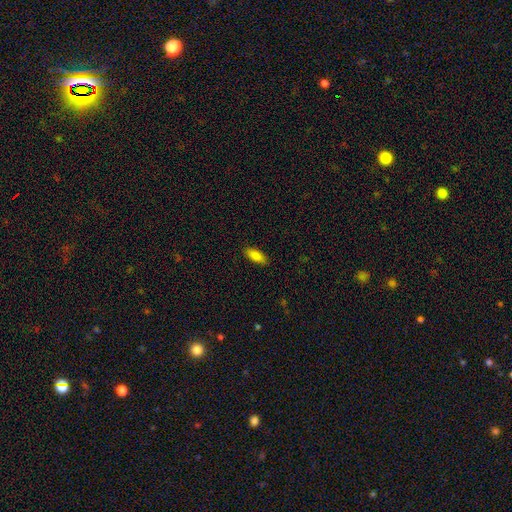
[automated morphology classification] type=smooth (86%); roundness=in between (79%); merging=none (88%).